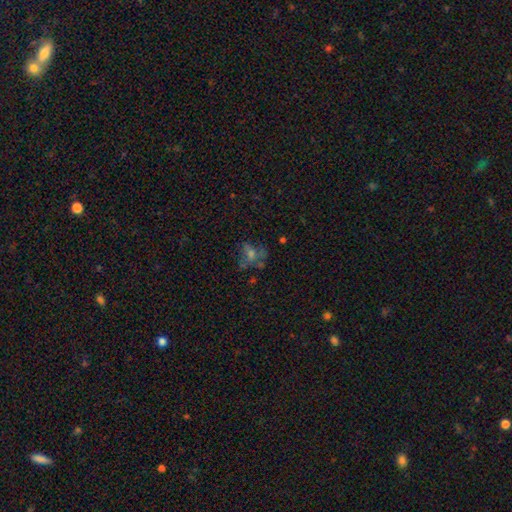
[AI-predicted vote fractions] Overall: star or artifact (40%; featured or disk 35%).